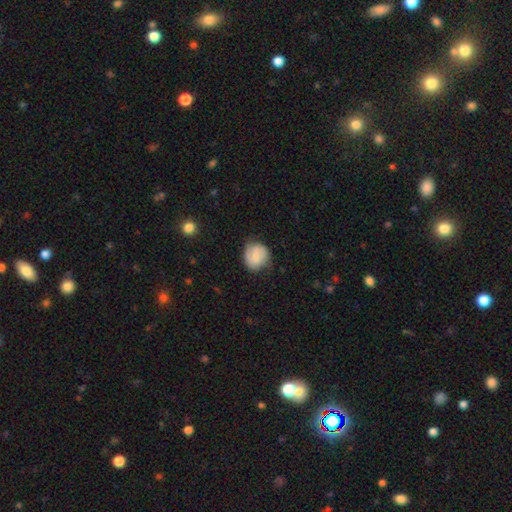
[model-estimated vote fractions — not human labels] Q: Smooth or featured?
A: smooth (57%); runner-up: featured or disk (35%)
Q: How rounded?
A: round (80%); runner-up: in between (19%)
Q: Merging?
A: none (73%); runner-up: minor disturbance (20%)